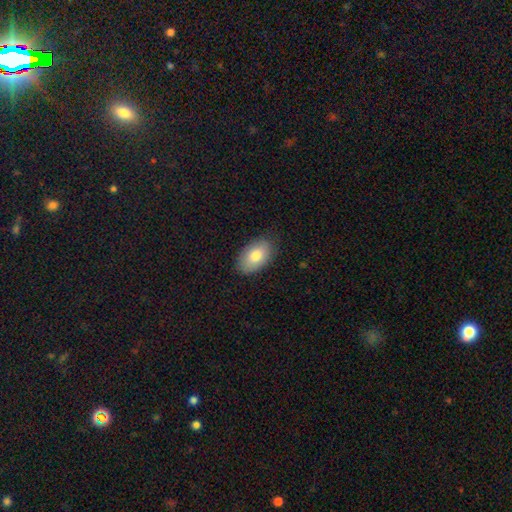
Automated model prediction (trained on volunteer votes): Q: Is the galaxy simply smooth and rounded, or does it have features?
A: smooth — 81%.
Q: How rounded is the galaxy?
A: in between — 93%.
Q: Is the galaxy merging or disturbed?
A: none — 84%.